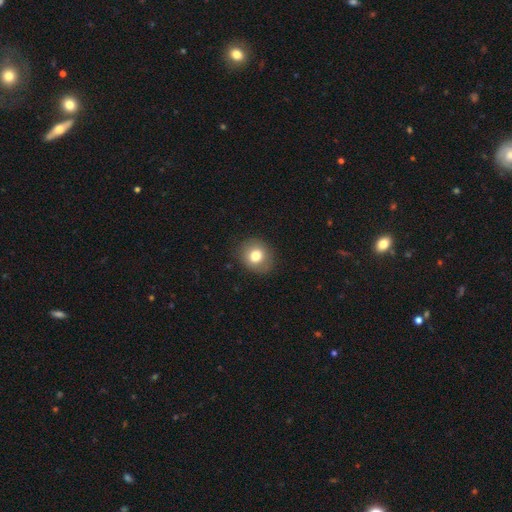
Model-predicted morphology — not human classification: This is likely a smooth galaxy (78%). How rounded: likely round (75%). Merging: clearly none (86%).